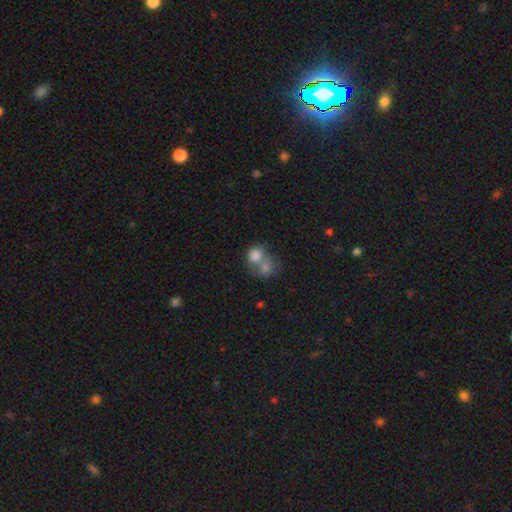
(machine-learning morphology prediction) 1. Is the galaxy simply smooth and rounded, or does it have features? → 76% smooth, 15% featured or disk, 9% star or artifact.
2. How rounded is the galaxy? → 62% round, 37% in between, 1% cigar-shaped.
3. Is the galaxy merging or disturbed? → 66% merger, 20% none, 7% minor disturbance, 6% major disturbance.